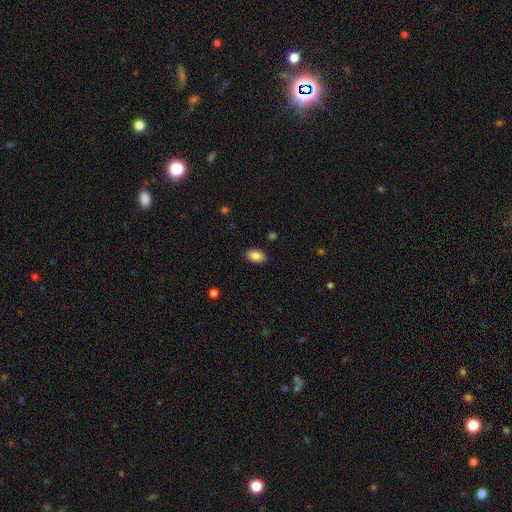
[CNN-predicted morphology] Smooth or featured?
  - smooth: 85% *
  - star or artifact: 8%
  - featured or disk: 7%
How rounded?
  - in between: 89% *
  - round: 9%
  - cigar-shaped: 1%
Merging?
  - none: 88% *
  - minor disturbance: 8%
  - major disturbance: 2%
  - merger: 1%